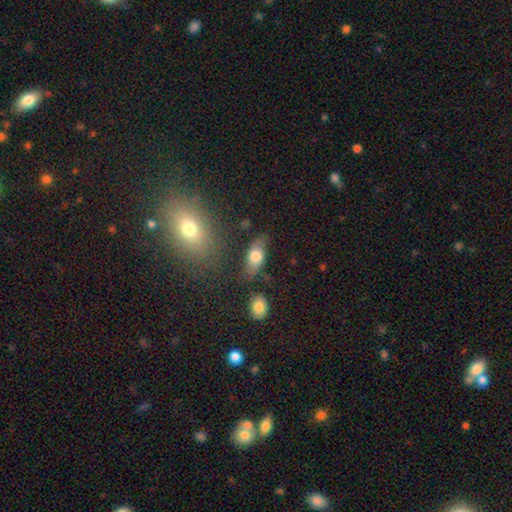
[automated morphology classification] smooth 67%, featured or disk 25%, star or artifact 8%. Down the decision tree: how rounded — in between (82%); merging — none (71%).